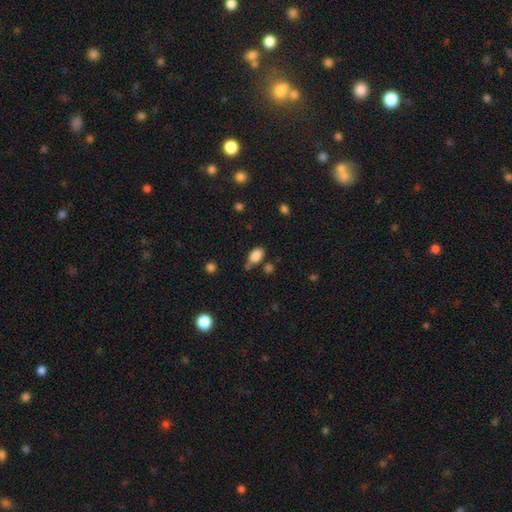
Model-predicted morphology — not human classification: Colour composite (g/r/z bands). It shows a smooth galaxy with no disk features (85%) that is in between round and cigar-shaped (90%). Merging: none (59%).